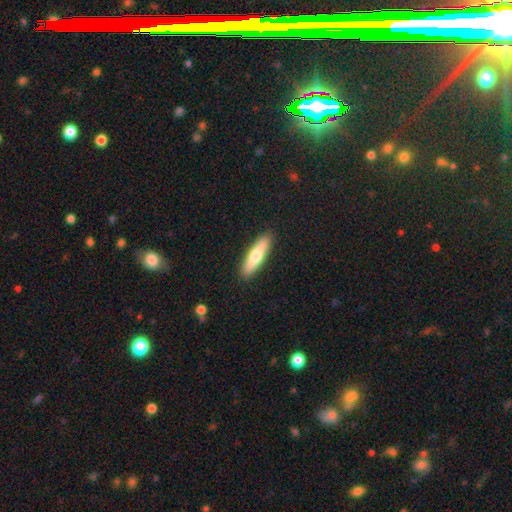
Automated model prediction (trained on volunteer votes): Smooth or featured?
  - smooth: 64% *
  - featured or disk: 30%
  - star or artifact: 5%
How rounded?
  - cigar-shaped: 76% *
  - in between: 22%
  - round: 2%
Merging?
  - none: 90% *
  - minor disturbance: 7%
  - major disturbance: 2%
  - merger: 1%